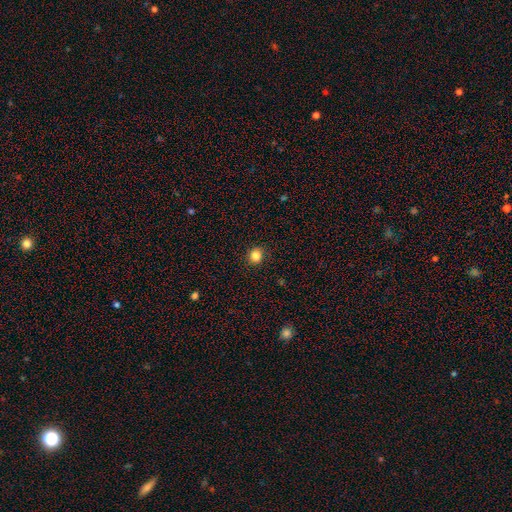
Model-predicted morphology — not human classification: This is clearly a smooth galaxy (85%). How rounded: clearly round (89%). Merging: clearly none (91%).